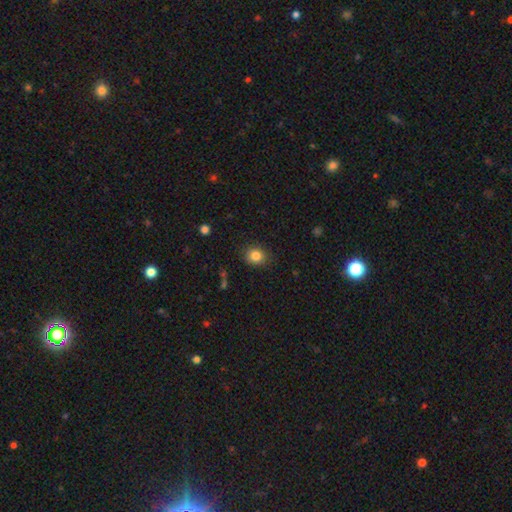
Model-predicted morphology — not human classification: Smooth or featured? smooth (84%)
How rounded? round (70%)
Merging? none (85%)